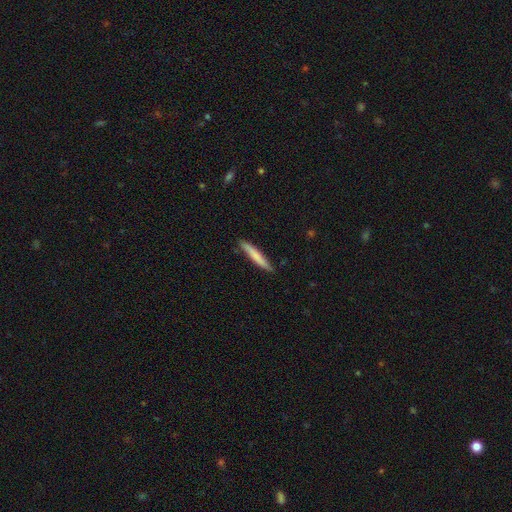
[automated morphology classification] smooth_or_featured: smooth (p=0.72) [alt: featured or disk p=0.23]
how_rounded: cigar-shaped (p=0.94) [alt: in between p=0.05]
merging: none (p=0.84) [alt: minor disturbance p=0.13]